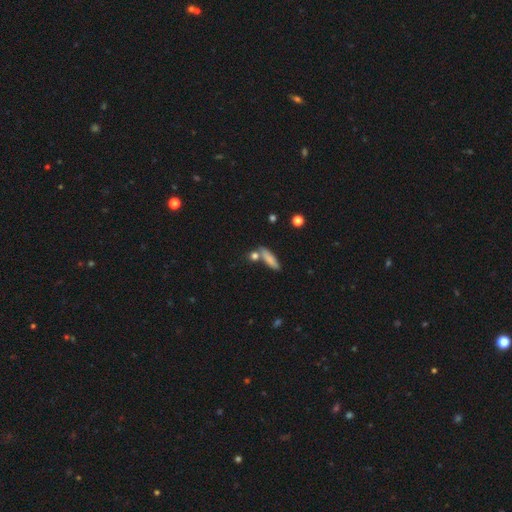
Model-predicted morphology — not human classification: type=smooth (76%); roundness=cigar-shaped (51%); merging=none (68%).